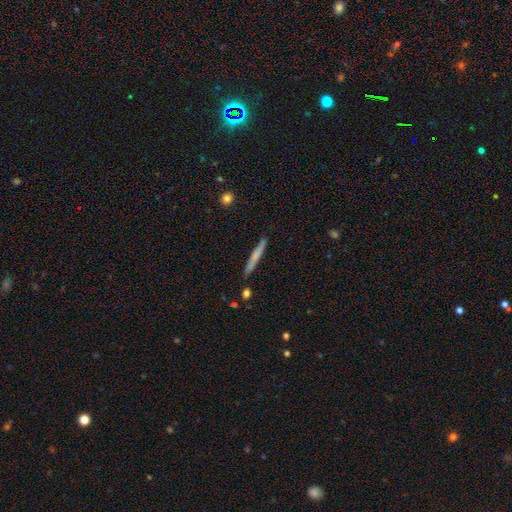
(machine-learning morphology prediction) type=smooth (61%); roundness=cigar-shaped (96%); merging=none (88%).